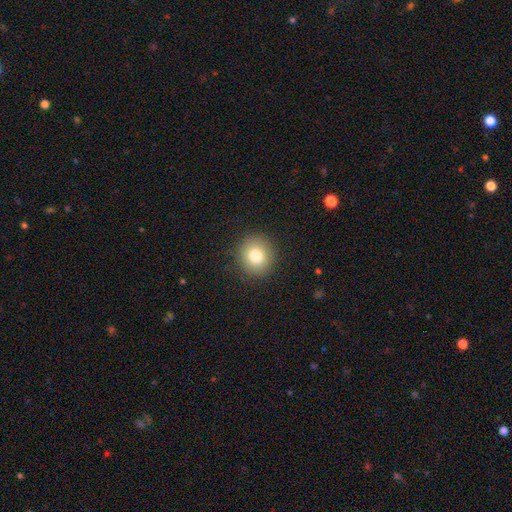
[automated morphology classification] smooth 79%, star or artifact 11%, featured or disk 10%. Down the decision tree: how rounded — round (89%); merging — none (90%).